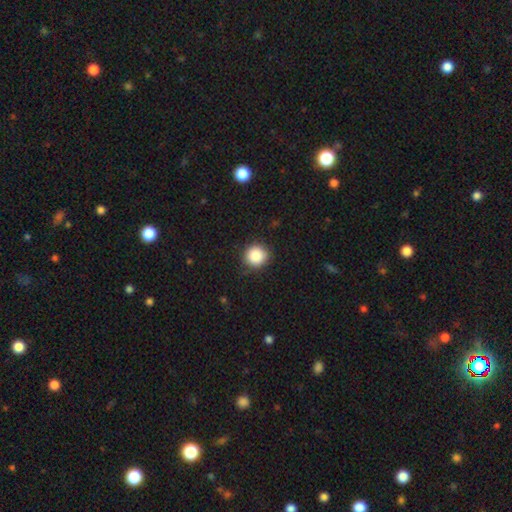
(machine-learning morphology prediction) smooth 88%, star or artifact 9%, featured or disk 3%. Down the decision tree: how rounded — round (93%); merging — none (87%).